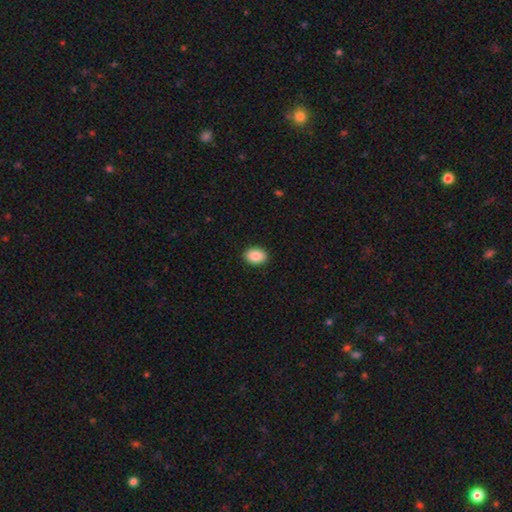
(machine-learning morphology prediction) smooth_or_featured: smooth (p=0.87) [alt: star or artifact p=0.07]
how_rounded: in between (p=0.73) [alt: round p=0.26]
merging: none (p=0.91) [alt: minor disturbance p=0.06]